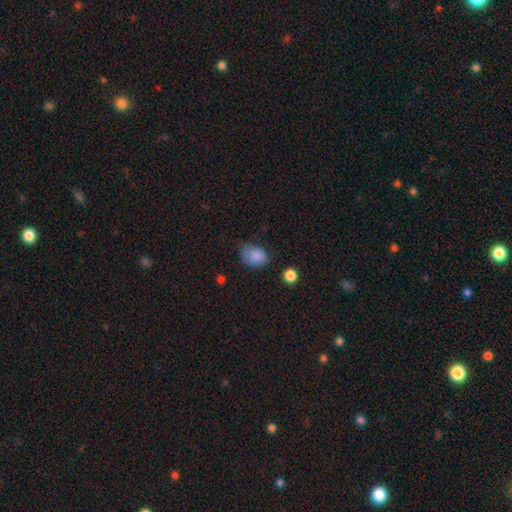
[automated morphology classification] smooth-or-featured: smooth: 84% | star or artifact: 9% | featured or disk: 7%
  how-rounded: in between: 56% | round: 43% | cigar-shaped: 1%
  merging: none: 48% | minor disturbance: 38% | major disturbance: 12% | merger: 3%